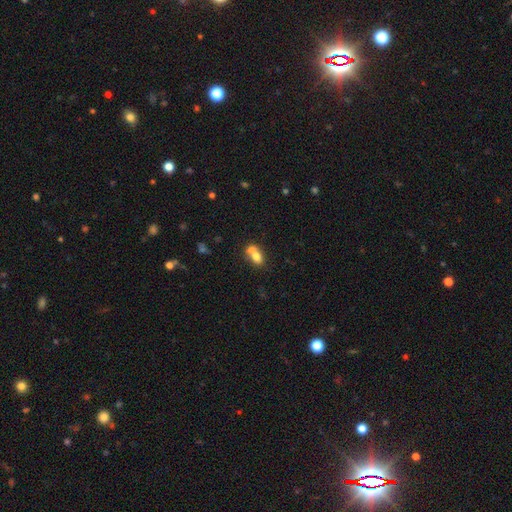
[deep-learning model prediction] smooth 72%, featured or disk 19%, star or artifact 9%. Down the decision tree: how rounded — in between (68%); merging — merger (63%).